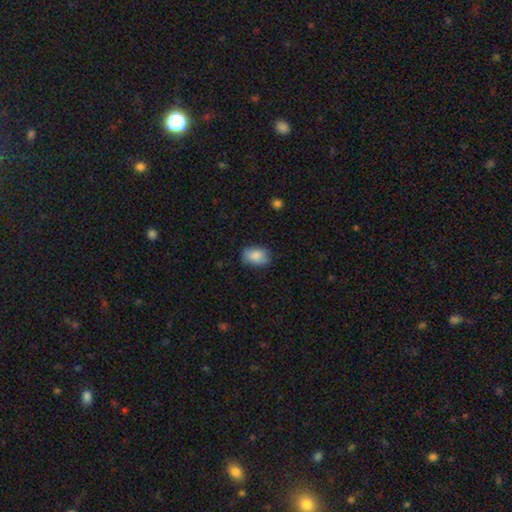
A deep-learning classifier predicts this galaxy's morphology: A smooth galaxy with no disk features (85%) that is in between round and cigar-shaped (84%).

Vote fractions:
- Smooth or featured? smooth: 85% / featured or disk: 8% / star or artifact: 7%
- How rounded? in between: 84% / round: 15% / cigar-shaped: 1%
- Merging? none: 77% / minor disturbance: 18% / major disturbance: 4% / merger: 1%